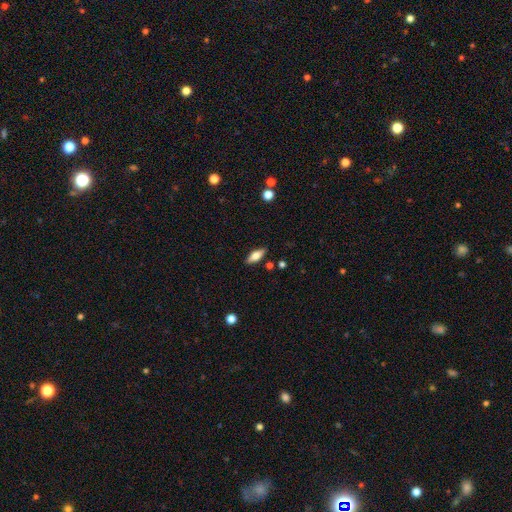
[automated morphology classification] Smooth or featured? smooth (59%)
How rounded? in between (68%)
Merging? none (86%)